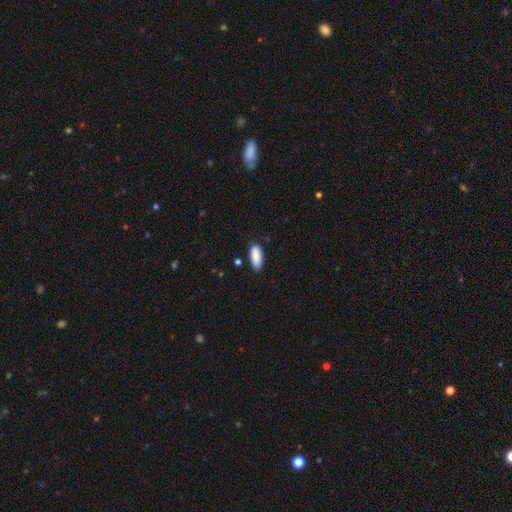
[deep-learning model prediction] smooth-or-featured: smooth: 89% | star or artifact: 6% | featured or disk: 5%
  how-rounded: in between: 84% | cigar-shaped: 14% | round: 2%
  merging: none: 81% | minor disturbance: 15% | major disturbance: 2% | merger: 2%